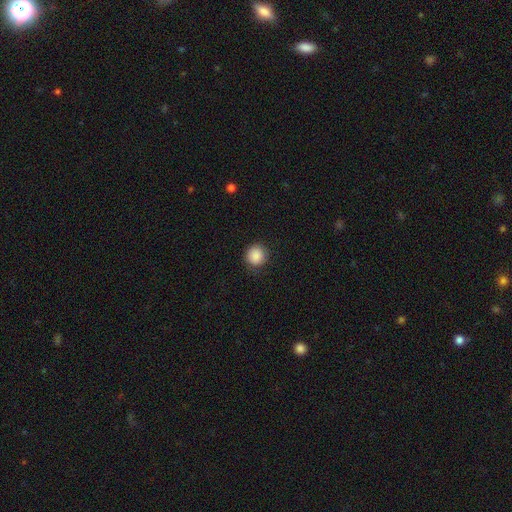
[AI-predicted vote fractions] A smooth galaxy with no disk features (88%) that is round (91%).

Vote fractions:
- Smooth or featured? smooth: 88% / star or artifact: 9% / featured or disk: 3%
- How rounded? round: 91% / in between: 9% / cigar-shaped: 1%
- Merging? none: 86% / minor disturbance: 10% / major disturbance: 3% / merger: 1%